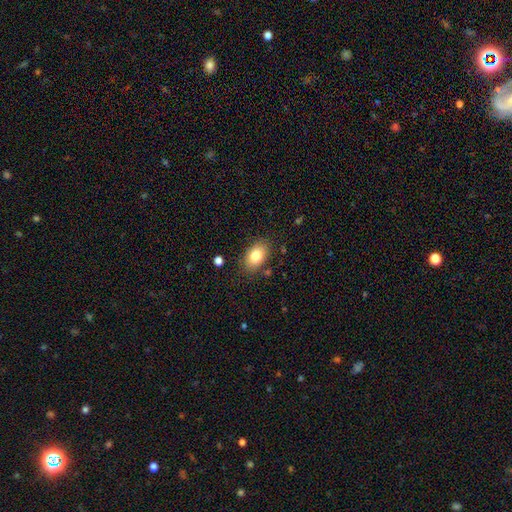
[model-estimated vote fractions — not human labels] smooth 82%, featured or disk 10%, star or artifact 8%. Down the decision tree: how rounded — in between (87%); merging — none (83%).